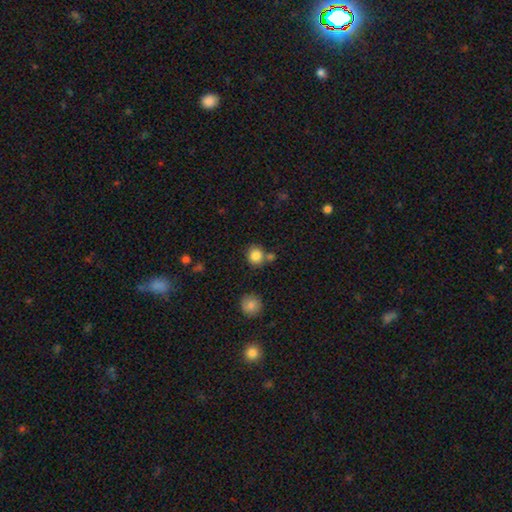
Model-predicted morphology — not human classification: smooth_or_featured: smooth (p=0.84) [alt: star or artifact p=0.10]
how_rounded: round (p=0.86) [alt: in between p=0.13]
merging: none (p=0.70) [alt: merger p=0.16]